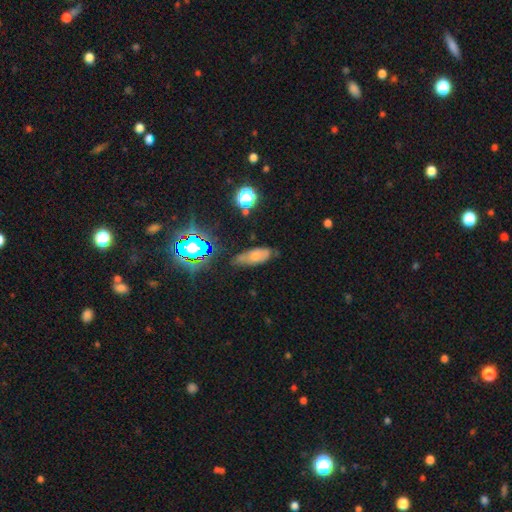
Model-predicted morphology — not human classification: A smooth galaxy with no disk features (36%). Merging: none (72%).